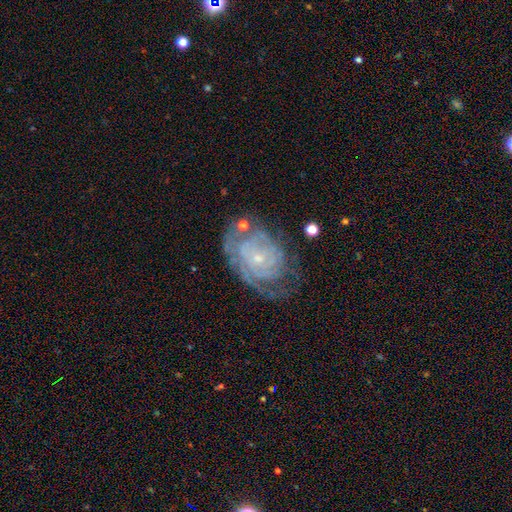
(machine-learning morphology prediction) Overall: featured or disk (76%). Edge-on disk: no (96%). Bar: no (76%). Spiral arms: yes (88%). Spiral arm count: can't tell (45%; 2 21%). Spiral winding: tight (73%). Bulge size: small (80%). Merging: none (64%).